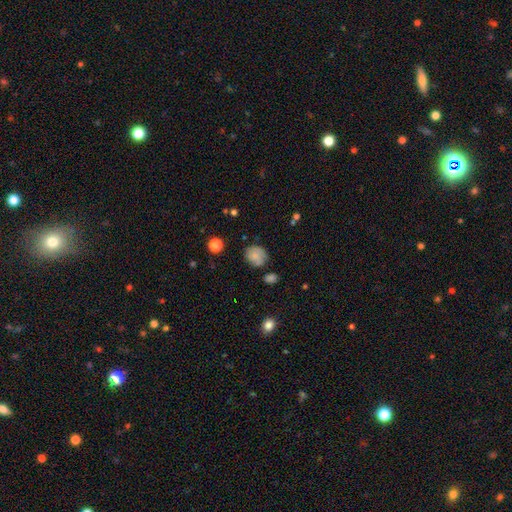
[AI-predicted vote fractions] Smooth or featured? smooth (76%)
How rounded? round (70%)
Merging? none (69%)